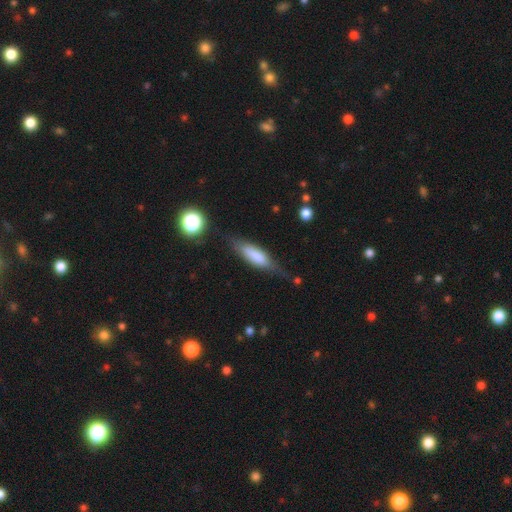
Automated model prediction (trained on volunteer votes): Smooth or featured: smooth — 68% (featured or disk — 25%)
How rounded: cigar-shaped — 54% (in between — 44%)
Merging: none — 65% (minor disturbance — 24%)